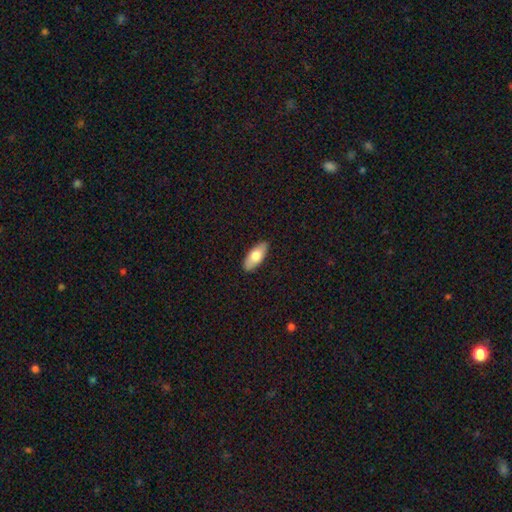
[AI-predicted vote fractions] Morphology: type=smooth (75%); roundness=in between (84%); merging=none (89%).